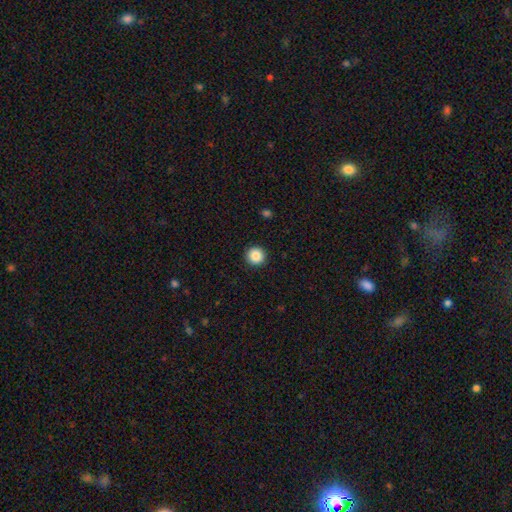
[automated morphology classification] Smooth or featured? smooth (87%)
How rounded? round (96%)
Merging? none (93%)